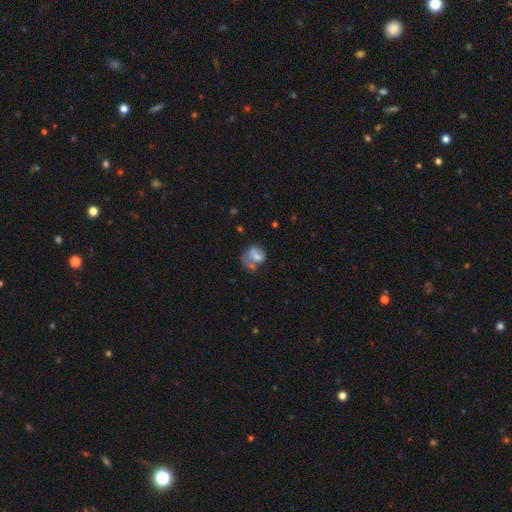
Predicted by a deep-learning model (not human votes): smooth 57%, featured or disk 32%, star or artifact 11%. Down the decision tree: how rounded — in between (55%); merging — none (29%).